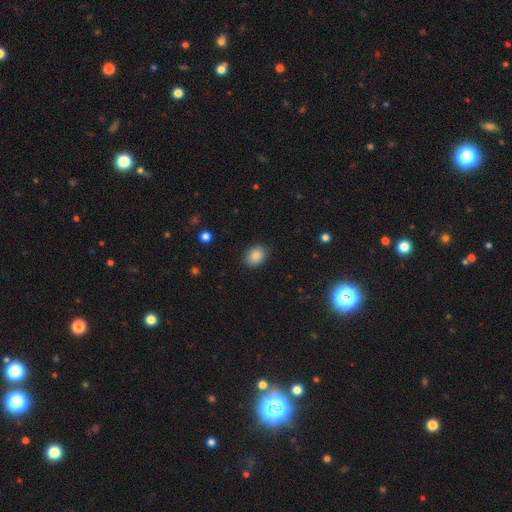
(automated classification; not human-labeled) Overall: smooth (86%). How rounded: in between (66%; round 33%). Merging: none (83%).